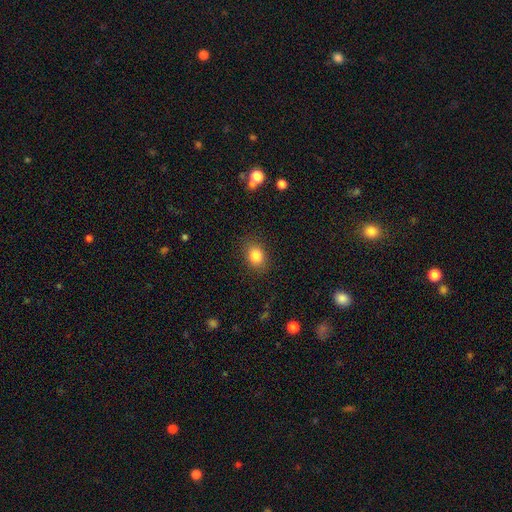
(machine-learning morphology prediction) Smooth or featured? Predicted: smooth (p=0.84). How rounded? Predicted: in between (p=0.59). Merging? Predicted: none (p=0.85).